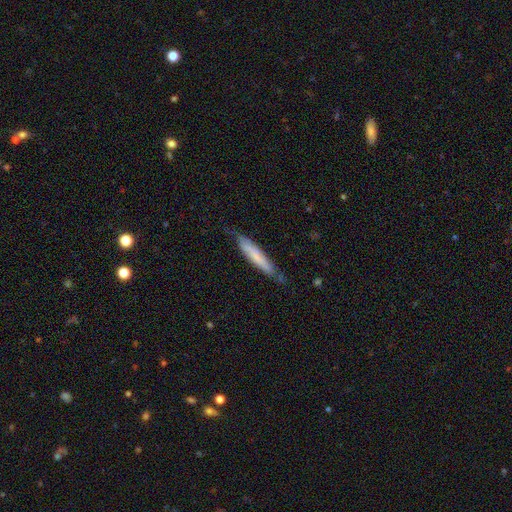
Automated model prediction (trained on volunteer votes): Smooth or featured?
  - smooth: 60% *
  - featured or disk: 34%
  - star or artifact: 6%
How rounded?
  - cigar-shaped: 90% *
  - in between: 9%
  - round: 1%
Merging?
  - none: 69% *
  - minor disturbance: 24%
  - major disturbance: 5%
  - merger: 2%